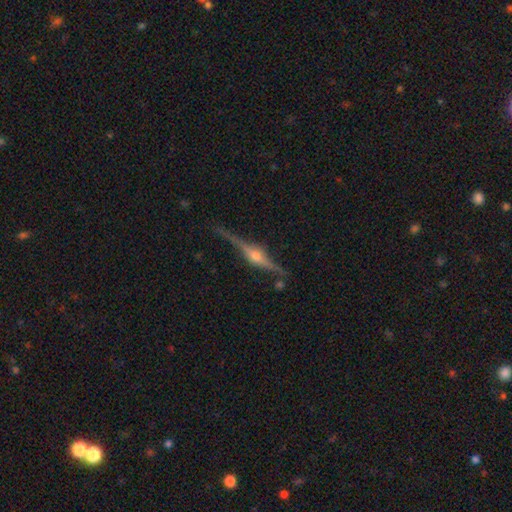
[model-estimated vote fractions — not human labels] smooth_or_featured: featured or disk (p=0.88) [alt: smooth p=0.06]
disk_edge_on: yes (p=0.97) [alt: no p=0.03]
edge_on_bulge: rounded (p=0.91) [alt: boxy p=0.06]
merging: none (p=0.83) [alt: minor disturbance p=0.12]